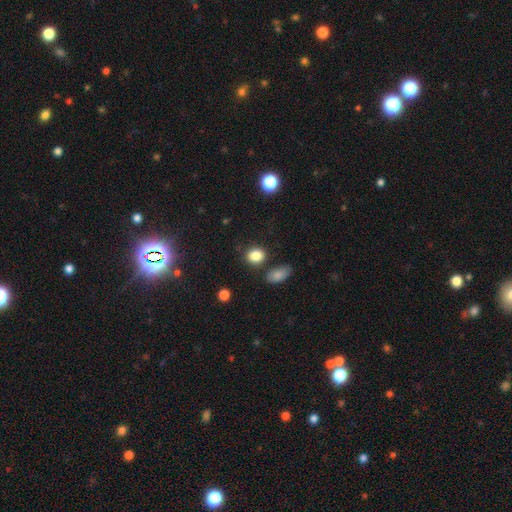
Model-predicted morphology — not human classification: Smooth or featured?
  - smooth: 85% *
  - star or artifact: 10%
  - featured or disk: 5%
How rounded?
  - round: 60% *
  - in between: 39%
  - cigar-shaped: 1%
Merging?
  - none: 77% *
  - minor disturbance: 13%
  - merger: 6%
  - major disturbance: 4%